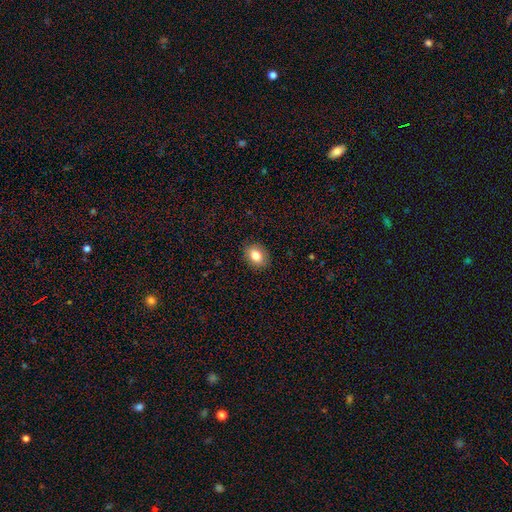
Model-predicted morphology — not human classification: Overall: smooth (83%). How rounded: in between (68%; round 31%). Merging: none (89%).